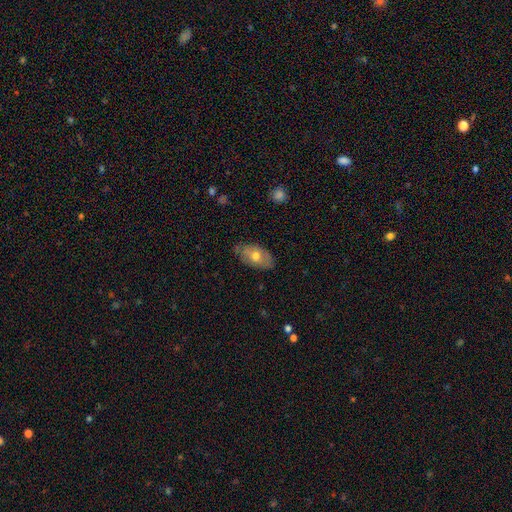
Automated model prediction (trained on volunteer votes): smooth-or-featured: smooth: 63% | featured or disk: 31% | star or artifact: 7%
  how-rounded: in between: 92% | round: 6% | cigar-shaped: 2%
  merging: none: 73% | minor disturbance: 22% | major disturbance: 4% | merger: 2%